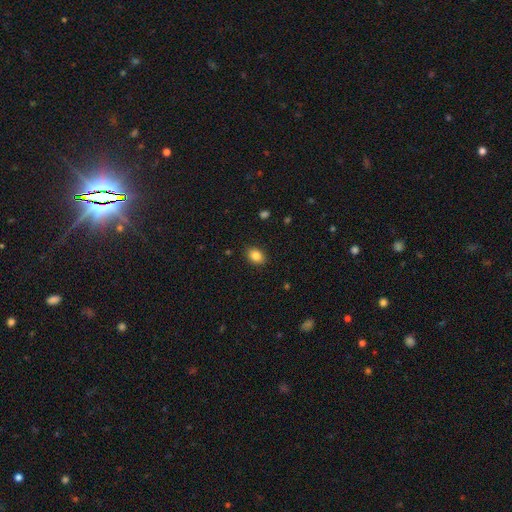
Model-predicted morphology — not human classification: smooth_or_featured: smooth (p=0.85) [alt: star or artifact p=0.09]
how_rounded: in between (p=0.70) [alt: round p=0.29]
merging: none (p=0.89) [alt: minor disturbance p=0.08]